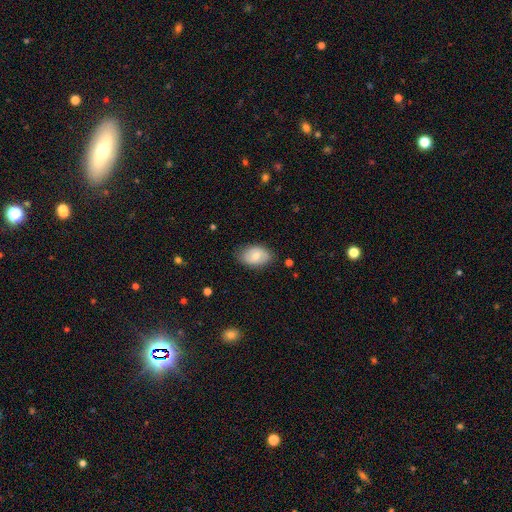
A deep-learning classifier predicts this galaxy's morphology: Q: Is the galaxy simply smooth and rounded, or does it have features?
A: smooth — 70%.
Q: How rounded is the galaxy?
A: in between — 90%.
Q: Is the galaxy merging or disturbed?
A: none — 78%.